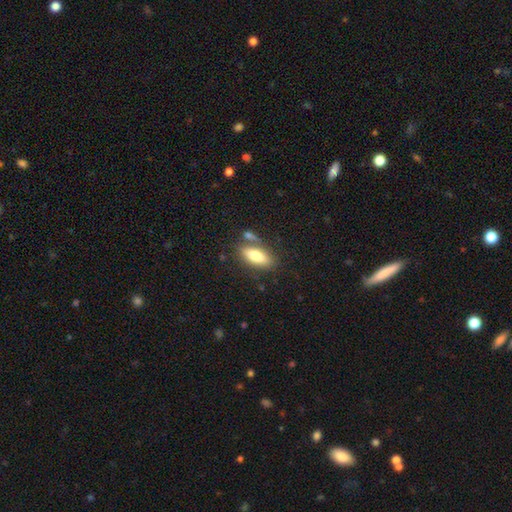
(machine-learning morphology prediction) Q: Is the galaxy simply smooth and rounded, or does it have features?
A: smooth — 77%.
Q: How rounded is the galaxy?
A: in between — 74%.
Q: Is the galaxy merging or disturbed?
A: none — 66%.